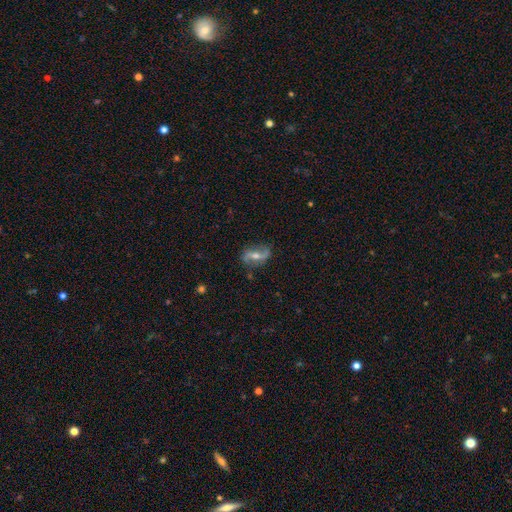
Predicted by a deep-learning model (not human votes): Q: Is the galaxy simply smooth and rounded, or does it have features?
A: featured or disk — 80%.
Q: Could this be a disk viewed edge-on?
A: no — 92%.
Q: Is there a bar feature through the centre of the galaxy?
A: strong — 43%.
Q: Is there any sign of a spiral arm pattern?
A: yes — 90%.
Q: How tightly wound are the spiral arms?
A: loose — 67%.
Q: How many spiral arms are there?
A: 2 — 91%.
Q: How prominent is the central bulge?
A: moderate — 60%.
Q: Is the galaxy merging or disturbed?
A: none — 80%.